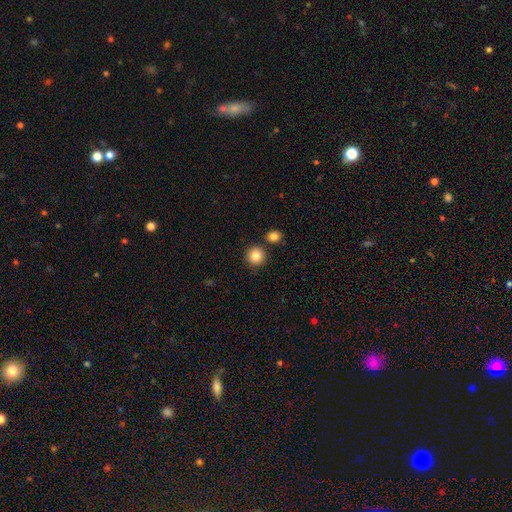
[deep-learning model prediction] Overall: smooth (85%). How rounded: round (93%). Merging: none (84%).